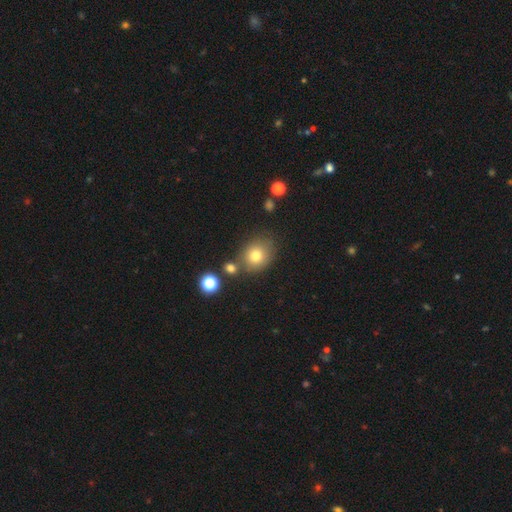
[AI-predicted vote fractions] This is likely a smooth galaxy (78%). How rounded: likely round (64%). Merging: likely none (68%).